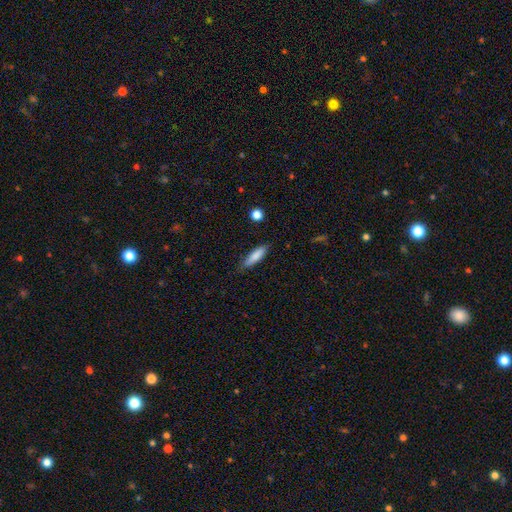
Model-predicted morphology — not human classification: Smooth or featured: smooth — 80% (featured or disk — 13%)
How rounded: cigar-shaped — 70% (in between — 28%)
Merging: none — 81% (minor disturbance — 15%)